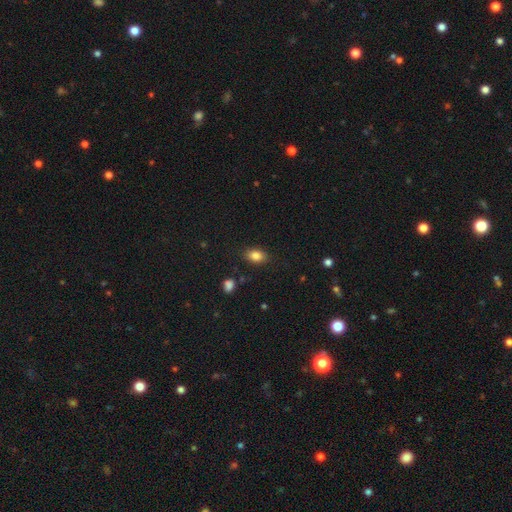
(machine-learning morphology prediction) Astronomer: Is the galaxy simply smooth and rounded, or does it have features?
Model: smooth — 85%.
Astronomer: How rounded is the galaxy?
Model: in between — 83%.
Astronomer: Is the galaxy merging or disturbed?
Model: none — 85%.